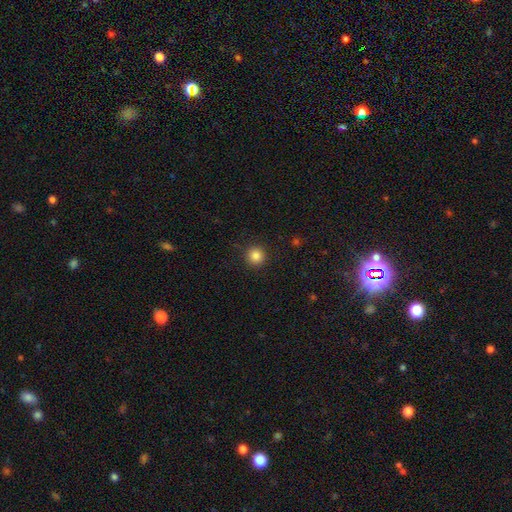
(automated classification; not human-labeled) Smooth or featured: smooth — 84% (star or artifact — 11%)
How rounded: round — 94% (in between — 5%)
Merging: none — 92% (minor disturbance — 5%)